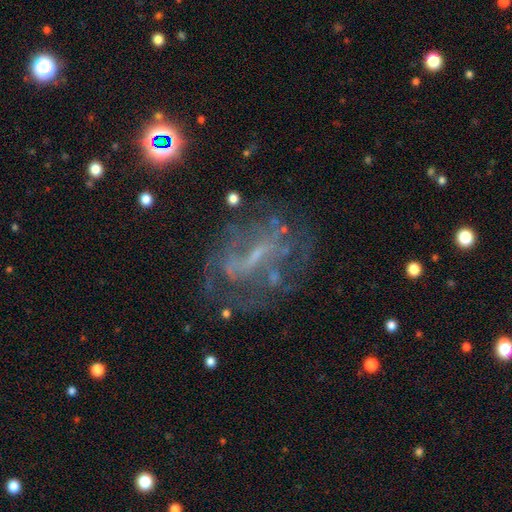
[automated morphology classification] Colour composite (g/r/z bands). It shows a featured or disk galaxy (72%) with a weak bar (41%), spiral arms (59%) and a small central bulge (54%). Merging: none (56%).